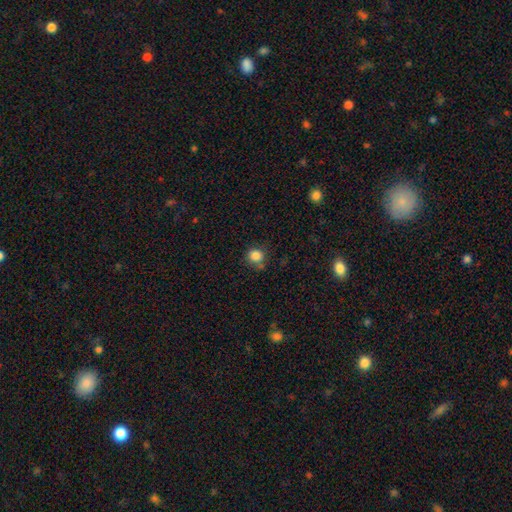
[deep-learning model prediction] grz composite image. It shows a smooth galaxy with no disk features (84%) that is round (87%). Merging: none (71%).